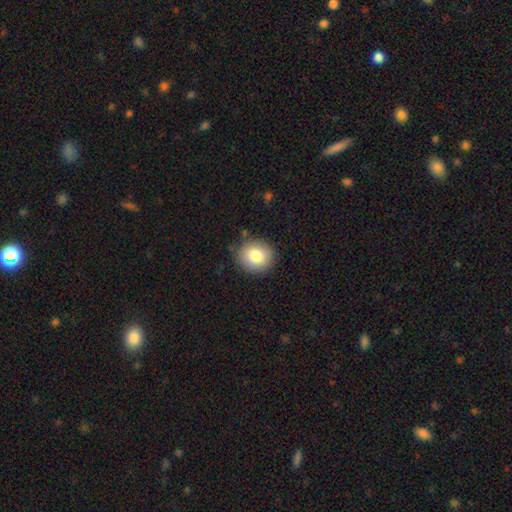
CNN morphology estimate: This appears to be a smooth galaxy with no disk features (84%) that is round (82%). Merging: none (86%).